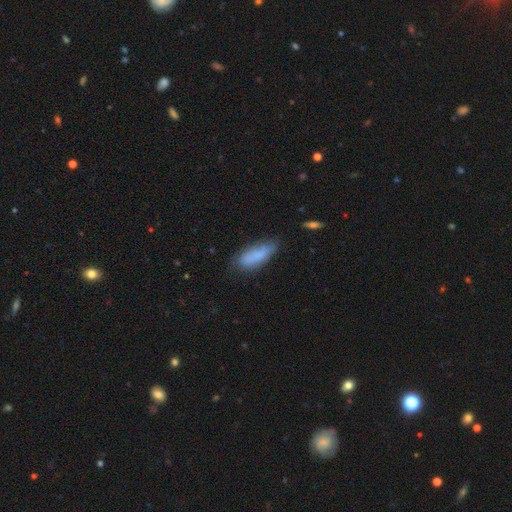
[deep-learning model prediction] Morphology: type=smooth (81%); roundness=in between (63%); merging=none (67%).